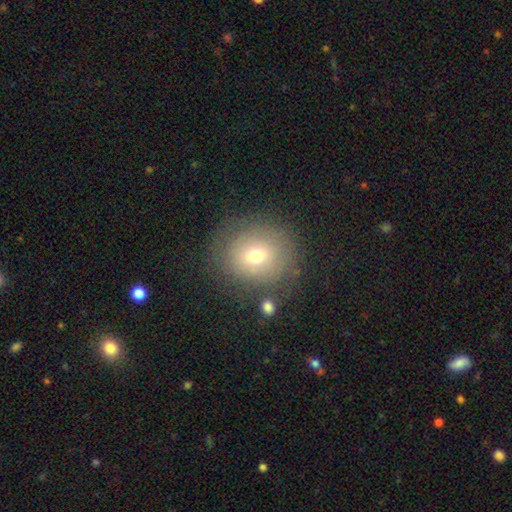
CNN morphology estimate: A smooth galaxy with no disk features (65%) that is round (82%).

Vote fractions:
- Smooth or featured? smooth: 65% / featured or disk: 22% / star or artifact: 13%
- How rounded? round: 82% / in between: 17% / cigar-shaped: 1%
- Merging? none: 76% / minor disturbance: 14% / major disturbance: 6% / merger: 4%